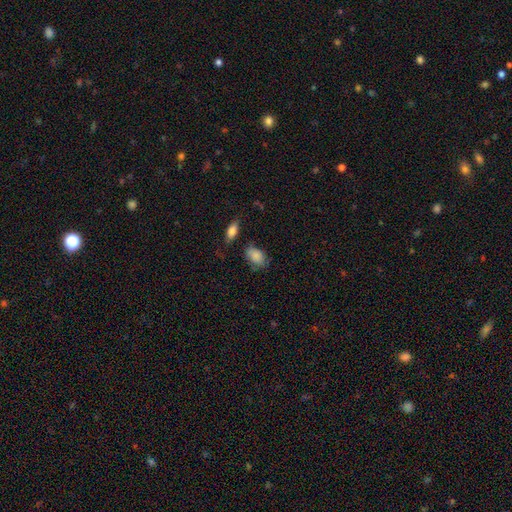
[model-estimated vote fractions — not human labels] Q: Smooth or featured?
A: smooth (85%); runner-up: star or artifact (8%)
Q: How rounded?
A: in between (84%); runner-up: round (15%)
Q: Merging?
A: none (63%); runner-up: minor disturbance (25%)